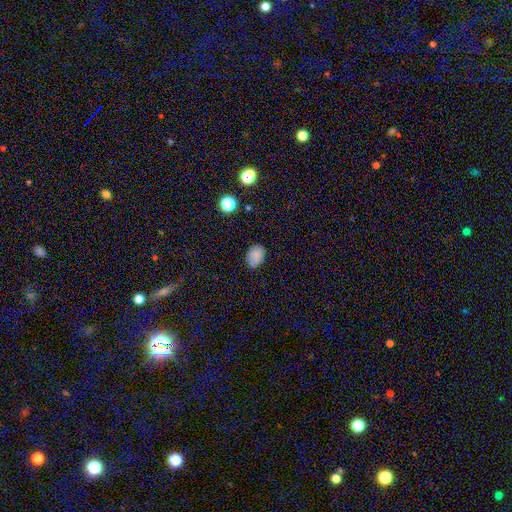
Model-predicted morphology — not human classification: The model was most divided on "how rounded": in between: 68%, round: 31%, cigar-shaped: 1%. More confident: smooth or featured — smooth (82%); merging — none (77%).